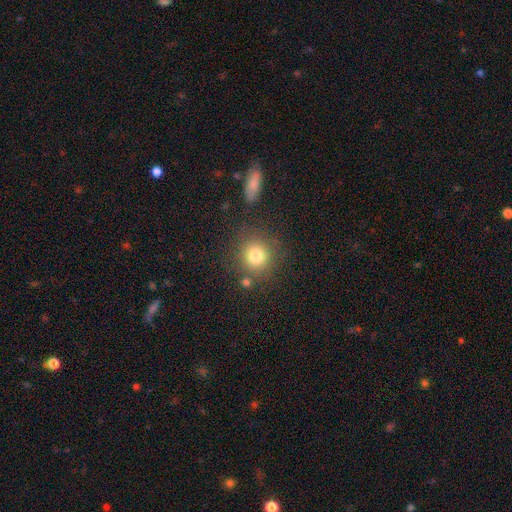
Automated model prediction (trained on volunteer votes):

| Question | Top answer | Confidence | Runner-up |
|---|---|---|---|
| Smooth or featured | smooth | 80% | star or artifact (12%) |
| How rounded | round | 90% | in between (9%) |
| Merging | none | 81% | minor disturbance (10%) |